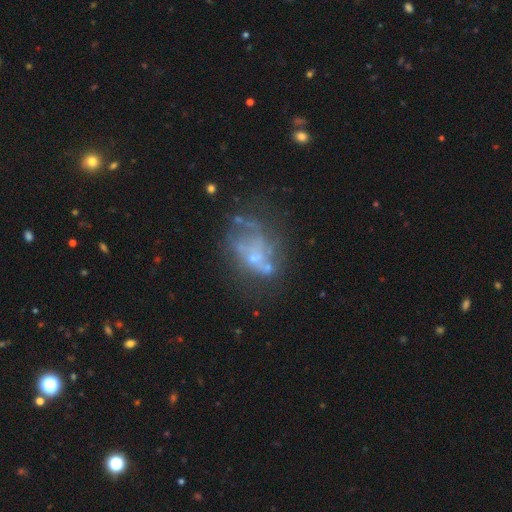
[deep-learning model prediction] A featured or disk galaxy (60%) with no bar (88%), no spiral arms (80%) and no central bulge (46%). Merging: none (38%).